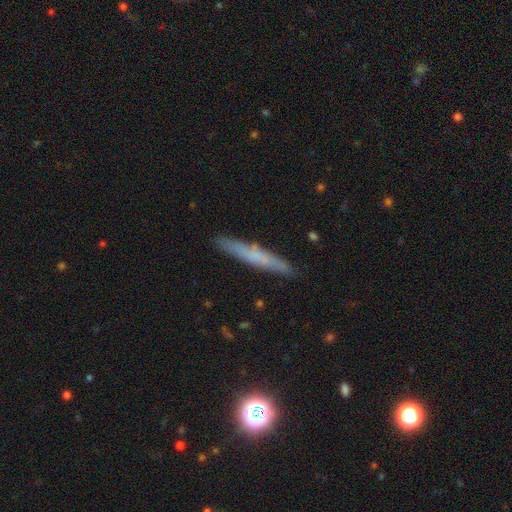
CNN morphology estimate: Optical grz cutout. It shows a smooth galaxy with no disk features (59%) that is cigar-shaped (95%). Merging: none (88%).